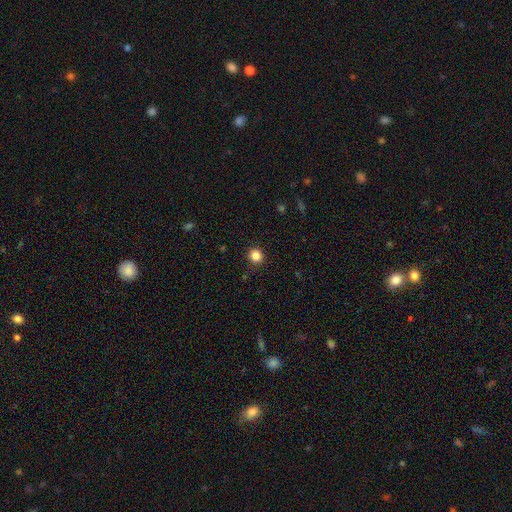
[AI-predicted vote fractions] Overall: smooth (85%). How rounded: round (91%). Merging: none (92%).